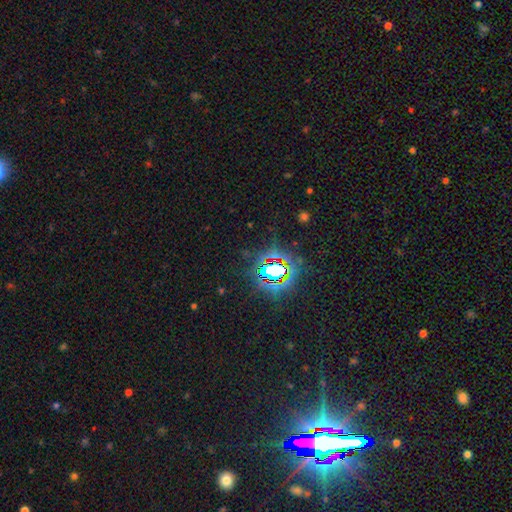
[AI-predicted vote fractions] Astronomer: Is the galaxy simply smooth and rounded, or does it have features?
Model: star or artifact — 83%.